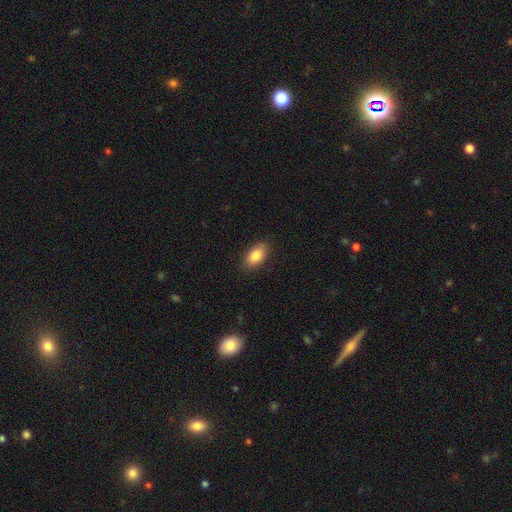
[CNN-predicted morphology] smooth 86%, featured or disk 7%, star or artifact 7%. Down the decision tree: how rounded — in between (92%); merging — none (87%).